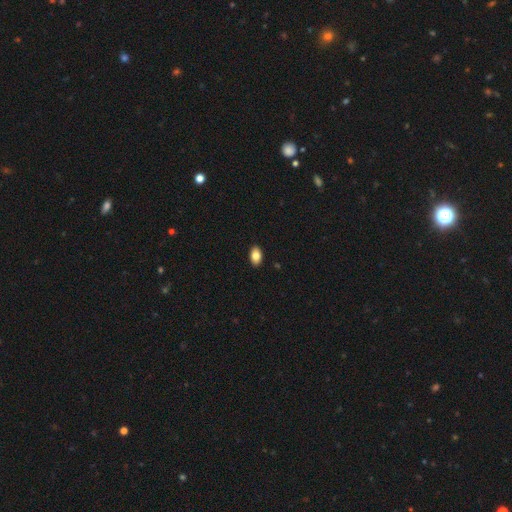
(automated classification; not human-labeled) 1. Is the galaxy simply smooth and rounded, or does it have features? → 83% smooth, 9% featured or disk, 8% star or artifact.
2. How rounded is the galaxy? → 91% in between, 7% round, 2% cigar-shaped.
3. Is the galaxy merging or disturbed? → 90% none, 7% minor disturbance, 2% major disturbance, 1% merger.